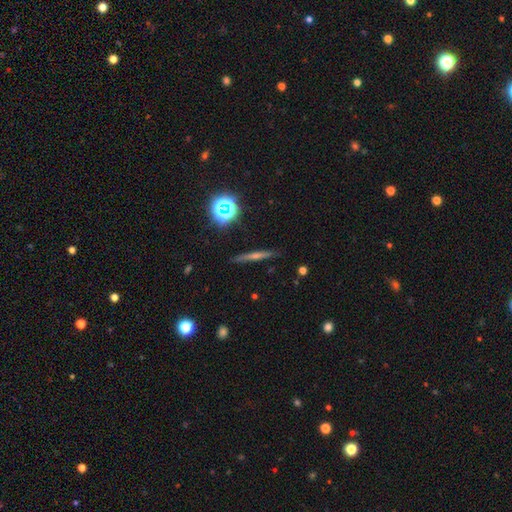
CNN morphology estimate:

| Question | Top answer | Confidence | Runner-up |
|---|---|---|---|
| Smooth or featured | featured or disk | 50% | smooth (34%) |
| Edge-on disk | yes | 95% | no (5%) |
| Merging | none | 89% | minor disturbance (8%) |